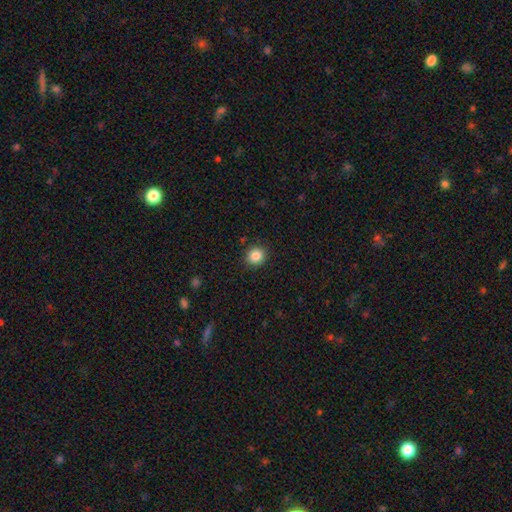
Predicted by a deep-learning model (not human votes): Overall: smooth (85%). How rounded: round (86%). Merging: none (90%).